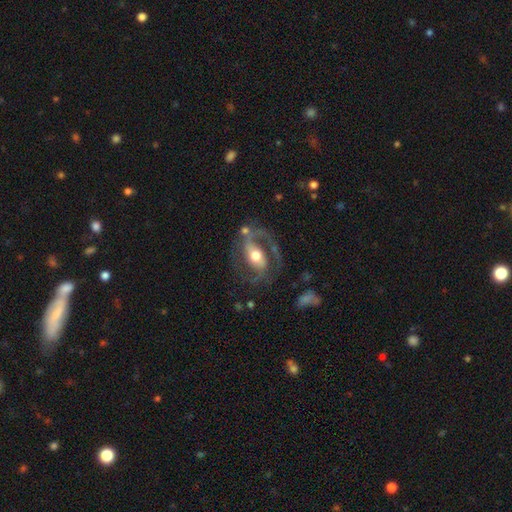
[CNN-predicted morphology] Smooth or featured? featured or disk (84%)
Edge-on disk? no (96%)
Bar? strong (42%)
Spiral arms? yes (90%)
Spiral winding? medium (54%)
Spiral arm count? 2 (83%)
Bulge size? moderate (68%)
Merging? none (63%)